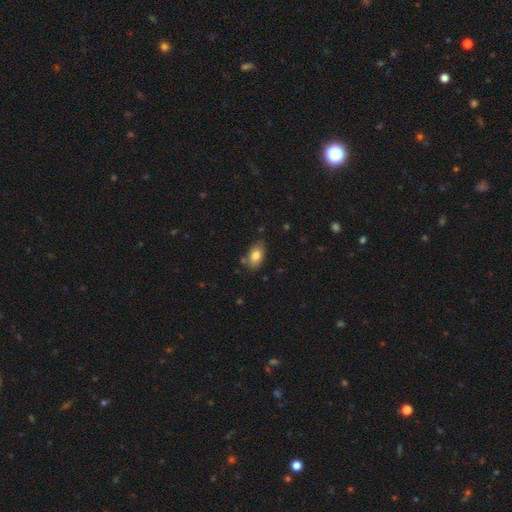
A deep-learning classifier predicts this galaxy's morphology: smooth-or-featured: smooth: 81% | featured or disk: 11% | star or artifact: 8%
  how-rounded: in between: 90% | round: 6% | cigar-shaped: 3%
  merging: none: 74% | minor disturbance: 18% | merger: 5% | major disturbance: 3%